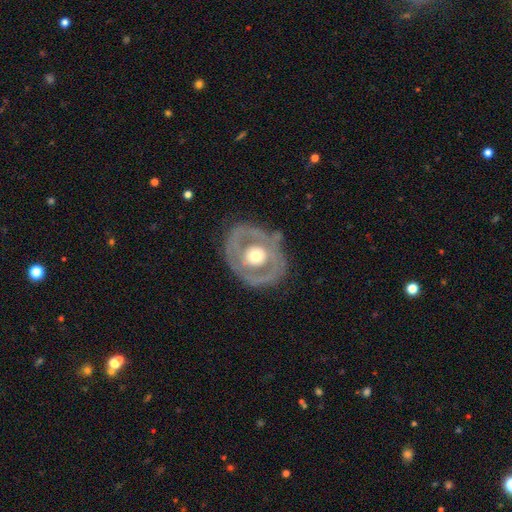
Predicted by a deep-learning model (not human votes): The model was most divided on "spiral arms": no: 70%, yes: 30%. More confident: edge-on disk — no (94%); merging — none (79%); smooth or featured — featured or disk (69%); bulge size — moderate (69%); bar — no (68%).